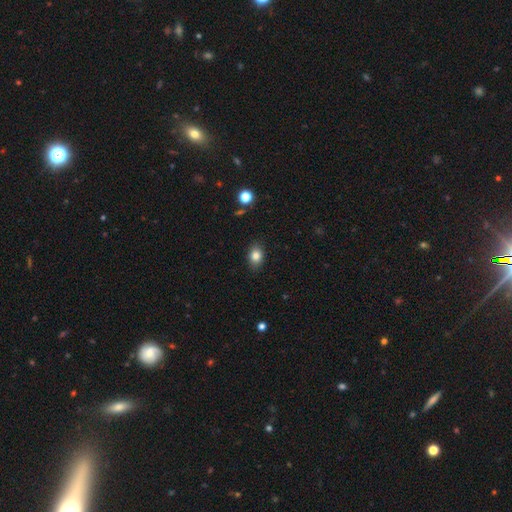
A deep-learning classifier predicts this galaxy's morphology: Overall: smooth (83%). How rounded: in between (69%; round 30%). Merging: none (86%).